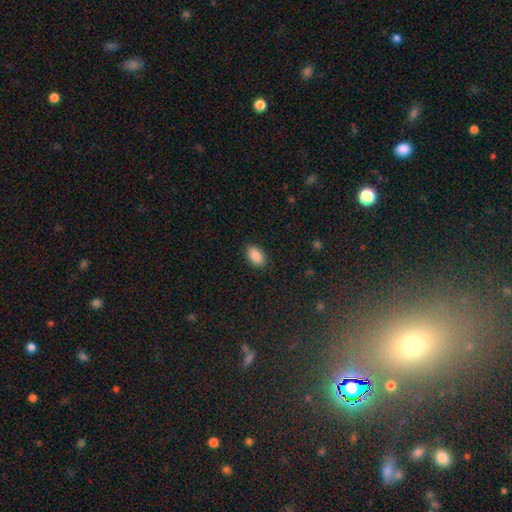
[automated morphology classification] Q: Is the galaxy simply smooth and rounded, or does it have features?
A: smooth — 89%.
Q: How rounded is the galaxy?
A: in between — 93%.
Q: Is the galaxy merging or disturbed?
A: none — 88%.